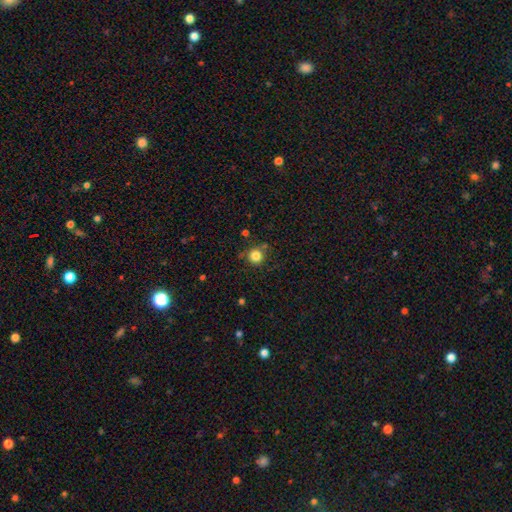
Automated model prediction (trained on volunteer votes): Smooth or featured: smooth — 82% (star or artifact — 12%)
How rounded: round — 94% (in between — 6%)
Merging: none — 80% (minor disturbance — 11%)